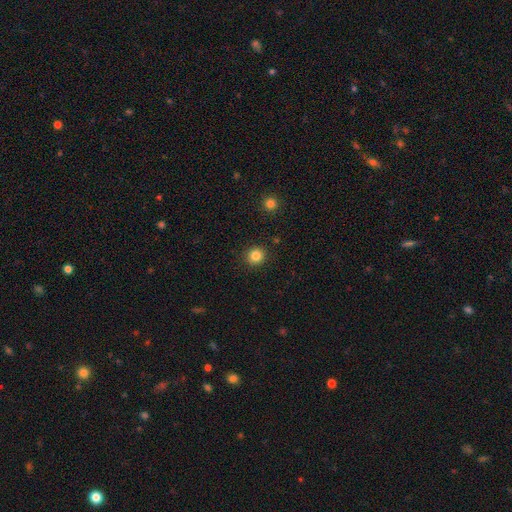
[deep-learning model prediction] Morphology: type=smooth (83%); roundness=round (93%); merging=none (91%).